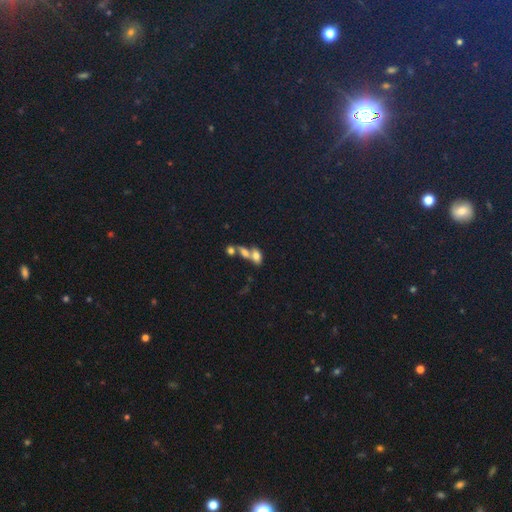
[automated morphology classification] Smooth or featured: smooth — 69% (featured or disk — 17%)
How rounded: in between — 83% (round — 12%)
Merging: merger — 61% (none — 25%)